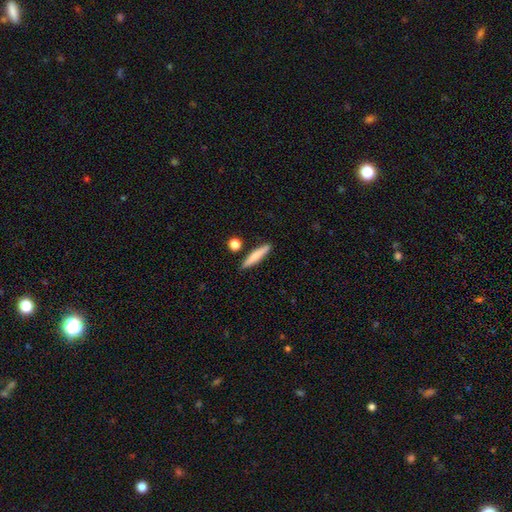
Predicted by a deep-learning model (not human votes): This is likely a smooth galaxy (74%). How rounded: clearly cigar-shaped (89%). Merging: clearly none (85%).